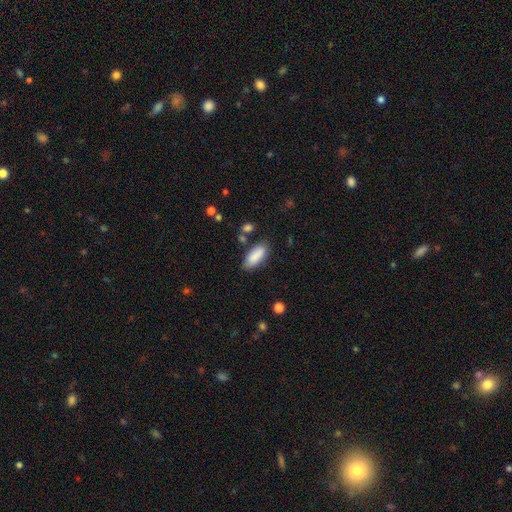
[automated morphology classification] Smooth or featured?
  - smooth: 88% *
  - star or artifact: 7%
  - featured or disk: 6%
How rounded?
  - in between: 79% *
  - cigar-shaped: 20%
  - round: 2%
Merging?
  - none: 78% *
  - minor disturbance: 15%
  - merger: 4%
  - major disturbance: 3%